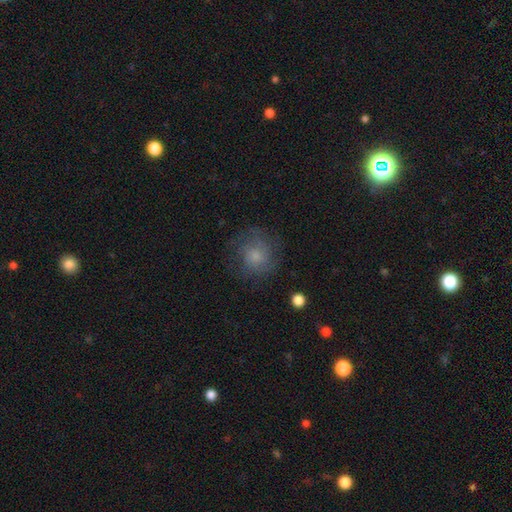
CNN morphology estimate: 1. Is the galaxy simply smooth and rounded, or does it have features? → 50% smooth, 39% featured or disk, 11% star or artifact.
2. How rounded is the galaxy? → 87% round, 12% in between, 1% cigar-shaped.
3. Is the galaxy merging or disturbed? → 72% none, 16% minor disturbance, 10% major disturbance, 1% merger.